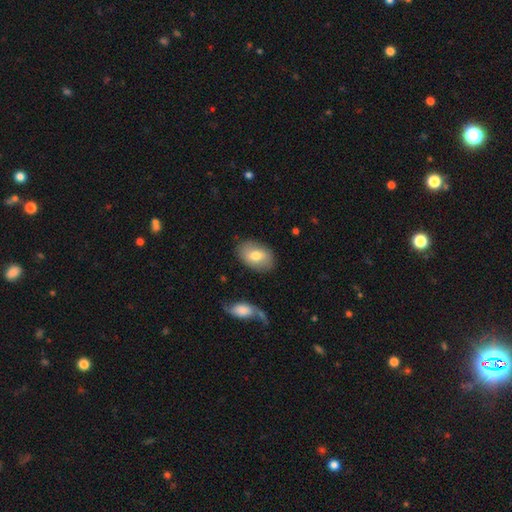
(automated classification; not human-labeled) A smooth galaxy with no disk features (70%) that is in between round and cigar-shaped (87%). Merging: none (81%).